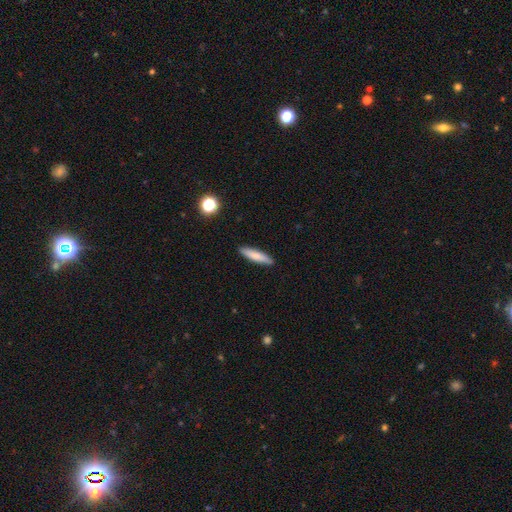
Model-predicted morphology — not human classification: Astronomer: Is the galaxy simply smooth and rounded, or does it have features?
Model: smooth — 77%.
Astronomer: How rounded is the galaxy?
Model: cigar-shaped — 82%.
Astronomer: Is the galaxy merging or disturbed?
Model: none — 90%.